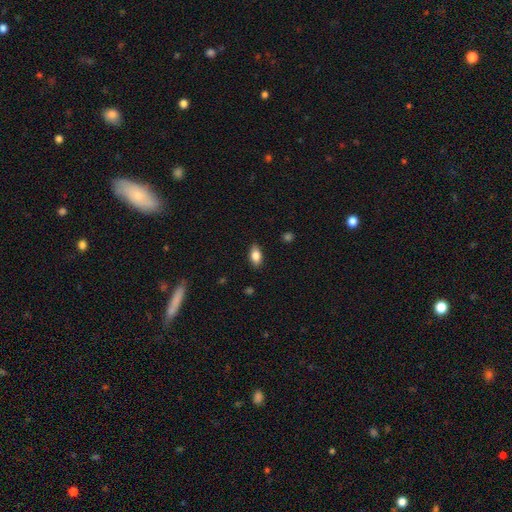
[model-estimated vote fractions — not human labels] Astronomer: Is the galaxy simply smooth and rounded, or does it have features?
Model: smooth — 82%.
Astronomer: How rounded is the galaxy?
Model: in between — 88%.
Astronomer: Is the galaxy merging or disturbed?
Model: none — 87%.